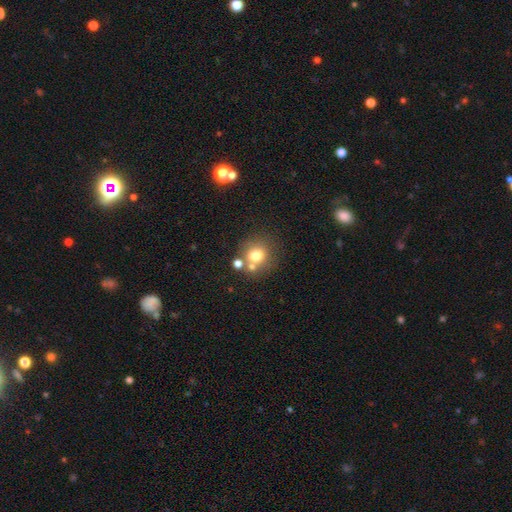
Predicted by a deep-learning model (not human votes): A smooth galaxy with no disk features (73%) that is round (86%).

Vote fractions:
- Smooth or featured? smooth: 73% / star or artifact: 14% / featured or disk: 14%
- How rounded? round: 86% / in between: 13% / cigar-shaped: 1%
- Merging? none: 62% / merger: 23% / minor disturbance: 10% / major disturbance: 5%